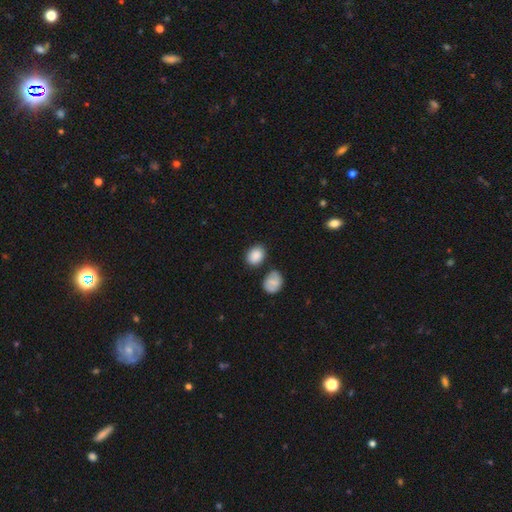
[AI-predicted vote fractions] Smooth or featured?
  - smooth: 88% *
  - star or artifact: 7%
  - featured or disk: 5%
How rounded?
  - in between: 61% *
  - round: 38%
  - cigar-shaped: 1%
Merging?
  - none: 74% *
  - minor disturbance: 14%
  - merger: 8%
  - major disturbance: 3%